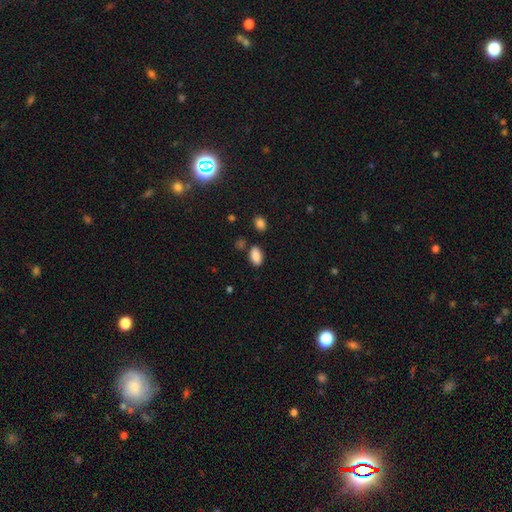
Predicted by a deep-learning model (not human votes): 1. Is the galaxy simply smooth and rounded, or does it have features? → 87% smooth, 9% star or artifact, 4% featured or disk.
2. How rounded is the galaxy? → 92% in between, 5% round, 3% cigar-shaped.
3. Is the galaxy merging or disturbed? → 81% none, 12% minor disturbance, 4% merger, 3% major disturbance.